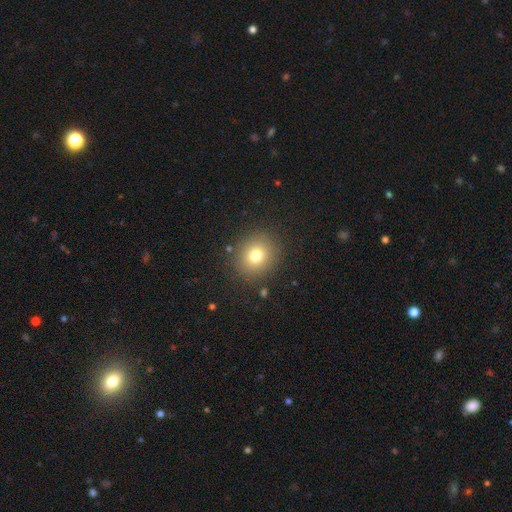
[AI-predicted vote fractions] This is likely a smooth galaxy (76%). How rounded: likely round (80%). Merging: clearly none (87%).